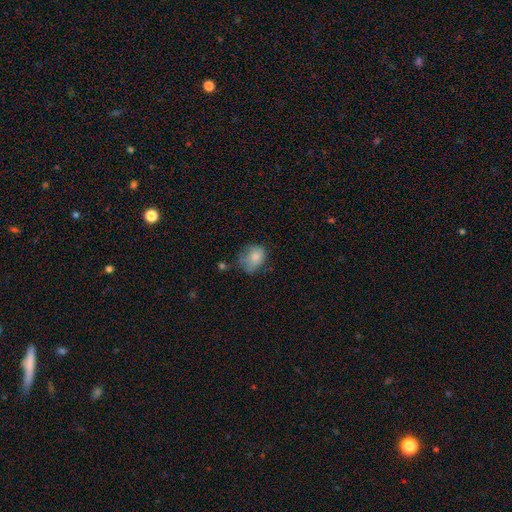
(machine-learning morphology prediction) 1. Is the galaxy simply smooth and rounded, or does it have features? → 75% smooth, 15% featured or disk, 10% star or artifact.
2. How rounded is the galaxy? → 51% in between, 48% round, 1% cigar-shaped.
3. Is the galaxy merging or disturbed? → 44% none, 35% minor disturbance, 16% major disturbance, 5% merger.